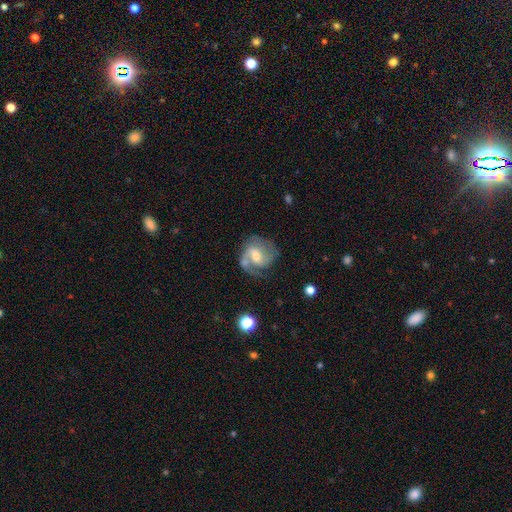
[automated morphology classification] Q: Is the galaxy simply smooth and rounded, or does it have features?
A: featured or disk — 77%.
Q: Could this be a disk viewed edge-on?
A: no — 97%.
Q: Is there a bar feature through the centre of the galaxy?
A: weak — 54%.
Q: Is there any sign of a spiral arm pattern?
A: yes — 93%.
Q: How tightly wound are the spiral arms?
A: medium — 50%.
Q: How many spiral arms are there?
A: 2 — 62%.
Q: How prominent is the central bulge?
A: moderate — 59%.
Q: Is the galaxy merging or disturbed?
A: none — 55%.